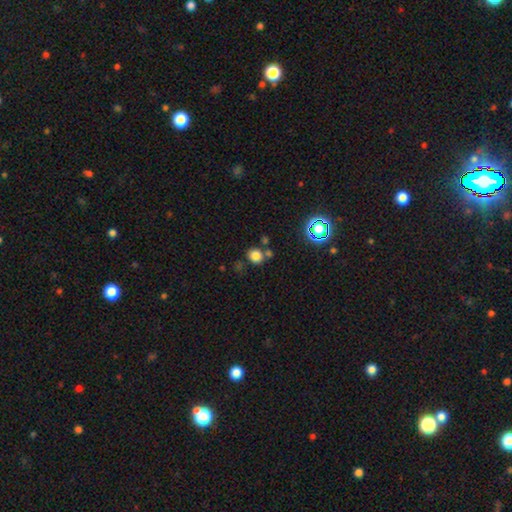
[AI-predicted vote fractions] Overall: smooth (78%). How rounded: round (83%). Merging: none (68%).